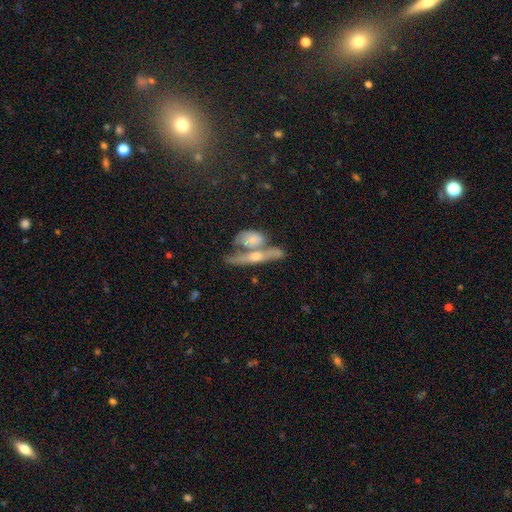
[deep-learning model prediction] Smooth or featured? Predicted: featured or disk (p=0.62). Edge-on disk? Predicted: yes (p=0.80). Merging? Predicted: none (p=0.43).